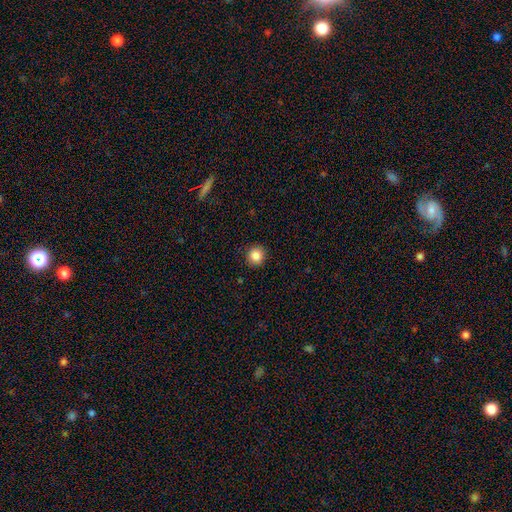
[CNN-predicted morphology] Smooth or featured: smooth — 86% (star or artifact — 10%)
How rounded: round — 91% (in between — 8%)
Merging: none — 91% (minor disturbance — 6%)